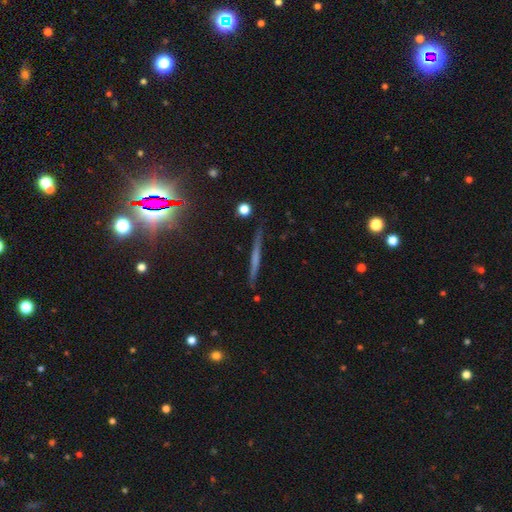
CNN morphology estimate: smooth-or-featured: featured or disk: 51% | smooth: 33% | star or artifact: 16%
  disk-edge-on: yes: 96% | no: 4%
  merging: none: 89% | minor disturbance: 8% | major disturbance: 2% | merger: 1%